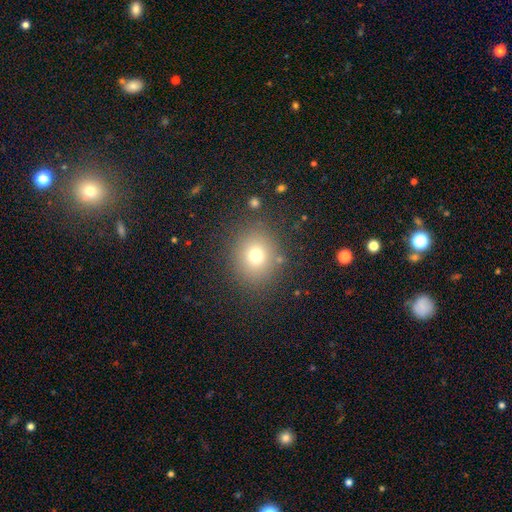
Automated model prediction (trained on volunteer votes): Smooth or featured: smooth — 73% (star or artifact — 16%)
How rounded: round — 75% (in between — 24%)
Merging: none — 85% (minor disturbance — 9%)